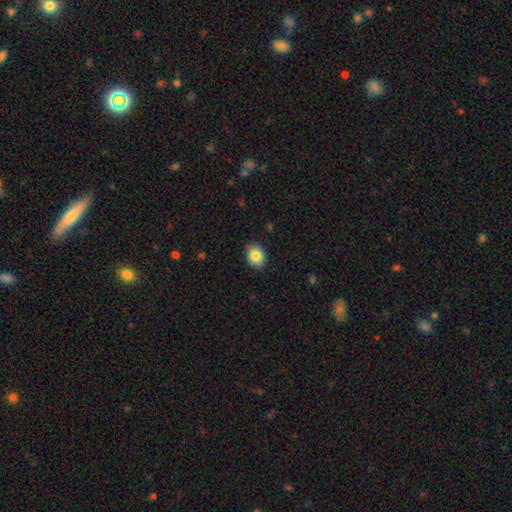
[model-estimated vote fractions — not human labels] A smooth galaxy with no disk features (84%) that is in between round and cigar-shaped (59%).

Vote fractions:
- Smooth or featured? smooth: 84% / star or artifact: 8% / featured or disk: 8%
- How rounded? in between: 59% / round: 40% / cigar-shaped: 1%
- Merging? none: 86% / minor disturbance: 11% / major disturbance: 2% / merger: 1%